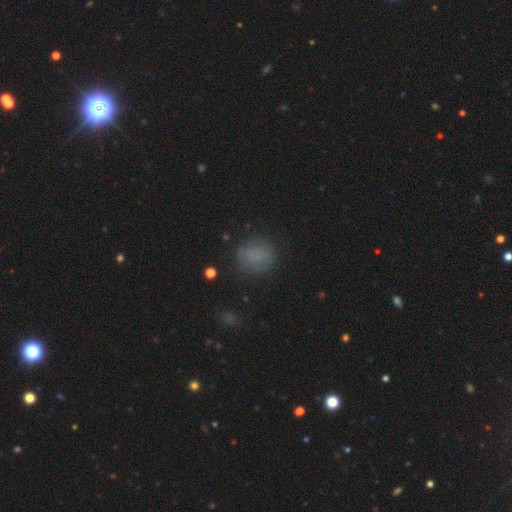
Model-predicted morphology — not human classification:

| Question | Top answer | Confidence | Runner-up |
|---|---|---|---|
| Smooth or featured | smooth | 78% | star or artifact (15%) |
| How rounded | round | 66% | in between (33%) |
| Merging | none | 80% | minor disturbance (14%) |